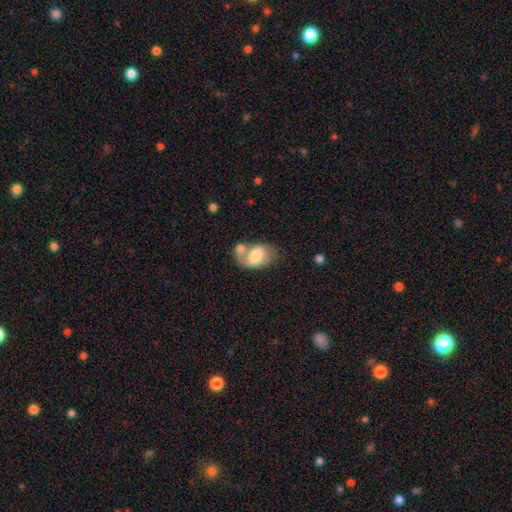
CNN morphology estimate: type=smooth (60%); roundness=in between (83%); merging=merger (44%).